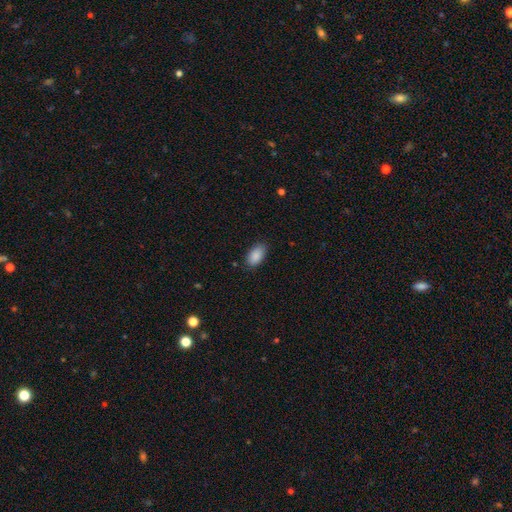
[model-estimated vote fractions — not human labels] This is clearly a smooth galaxy (89%). How rounded: clearly in between (94%). Merging: clearly none (83%).